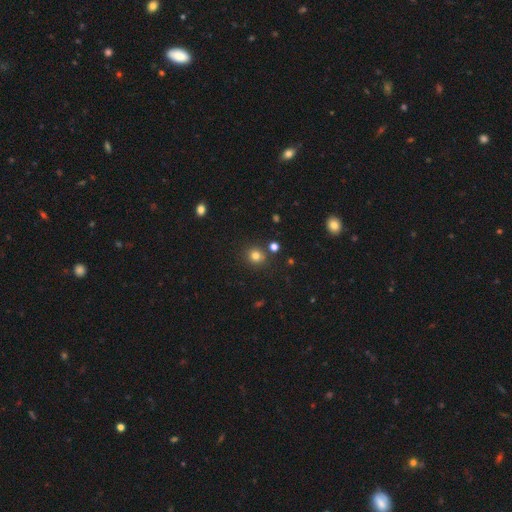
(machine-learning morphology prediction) This is likely a smooth galaxy (78%). How rounded: clearly round (88%). Merging: clearly none (81%).